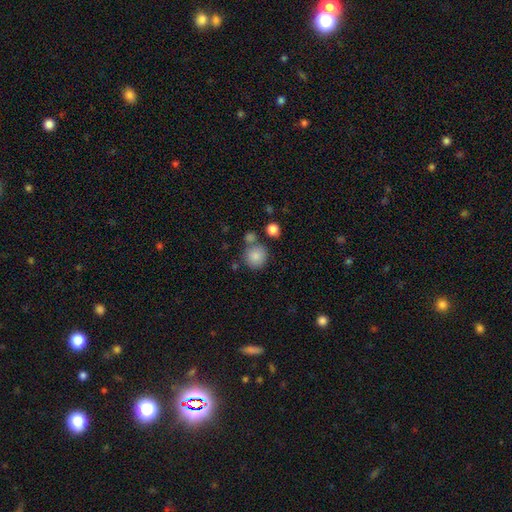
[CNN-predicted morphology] Q: Smooth or featured?
A: smooth (85%); runner-up: star or artifact (9%)
Q: How rounded?
A: round (89%); runner-up: in between (10%)
Q: Merging?
A: none (67%); runner-up: merger (17%)